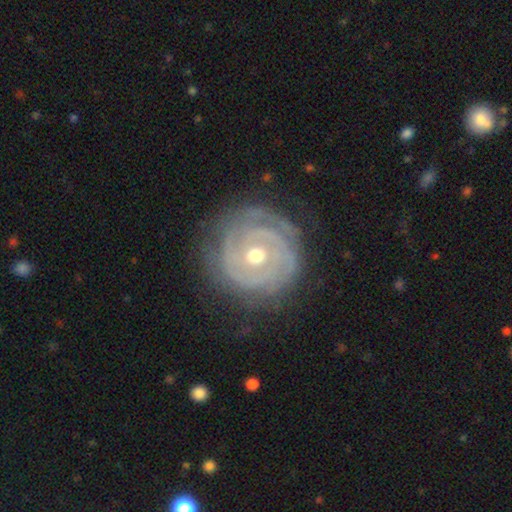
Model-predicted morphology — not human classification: This appears to be a featured or disk galaxy (84%) with no bar (71%), tight (83%) spiral arms (90%) and a moderate central bulge (67%). Merging: none (76%).